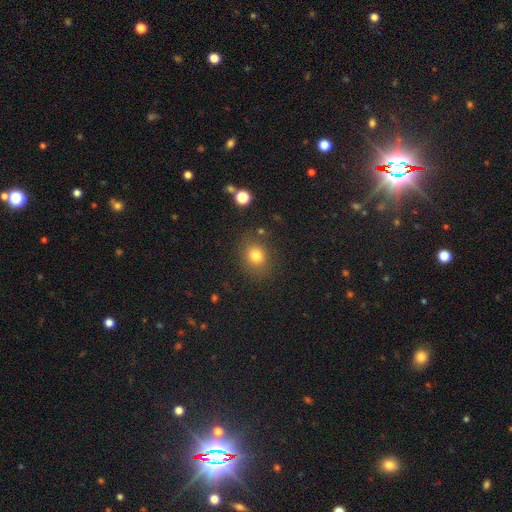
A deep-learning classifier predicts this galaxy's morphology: type=smooth (79%); roundness=round (62%); merging=none (80%).